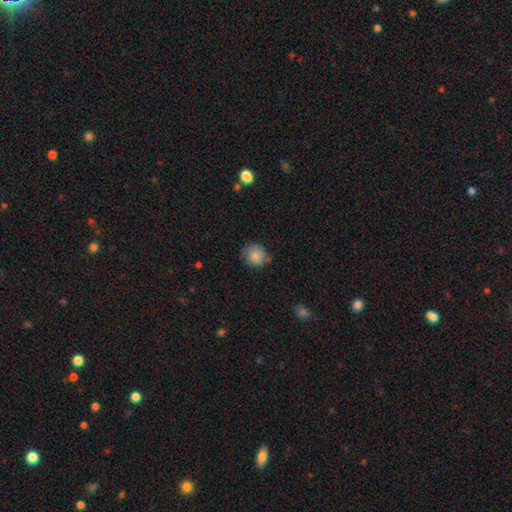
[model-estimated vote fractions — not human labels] The model was most divided on "merging": none: 71%, minor disturbance: 22%, major disturbance: 5%, merger: 3%. More confident: how rounded — round (85%); smooth or featured — smooth (82%).